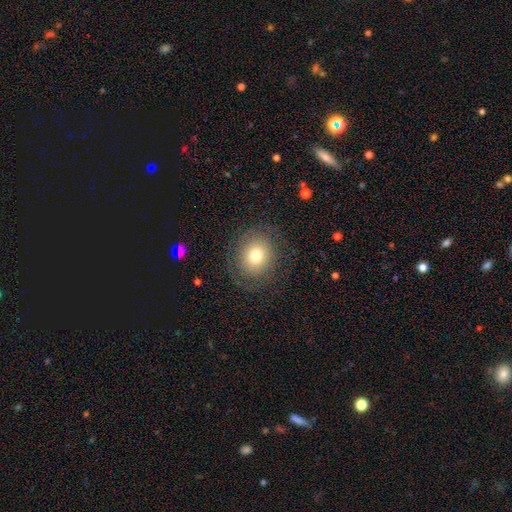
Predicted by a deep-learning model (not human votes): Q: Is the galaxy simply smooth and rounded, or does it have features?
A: smooth — 67%.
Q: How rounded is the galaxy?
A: round — 69%.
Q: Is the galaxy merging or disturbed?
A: none — 77%.